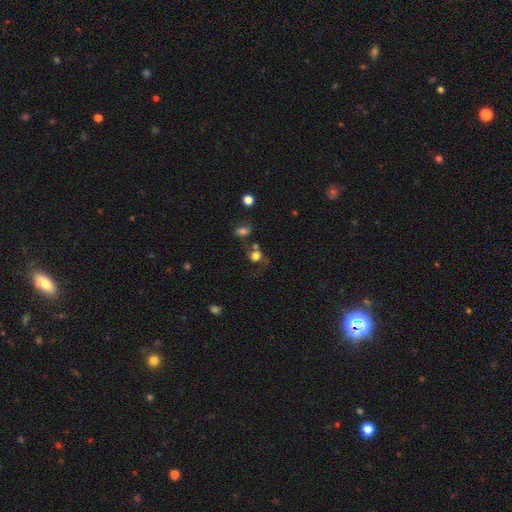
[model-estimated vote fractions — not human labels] Smooth or featured? smooth (66%)
How rounded? round (73%)
Merging? none (42%)